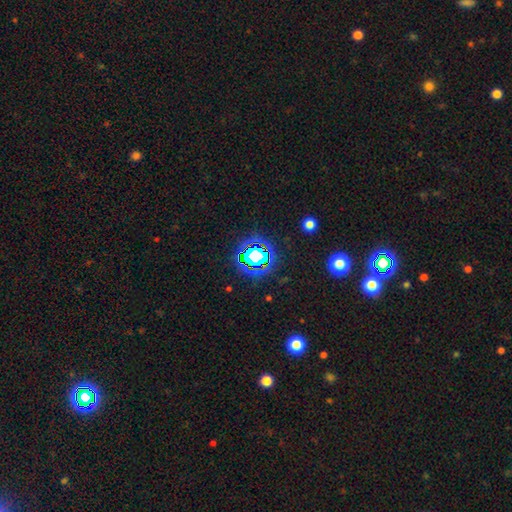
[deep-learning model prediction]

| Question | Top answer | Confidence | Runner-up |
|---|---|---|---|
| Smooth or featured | star or artifact | 67% | smooth (19%) |